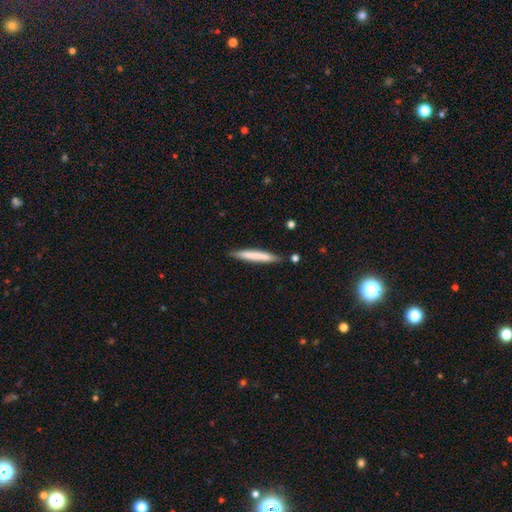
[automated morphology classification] Smooth or featured?
  - smooth: 71% *
  - featured or disk: 23%
  - star or artifact: 5%
How rounded?
  - cigar-shaped: 95% *
  - in between: 4%
  - round: 1%
Merging?
  - none: 85% *
  - minor disturbance: 11%
  - merger: 3%
  - major disturbance: 2%